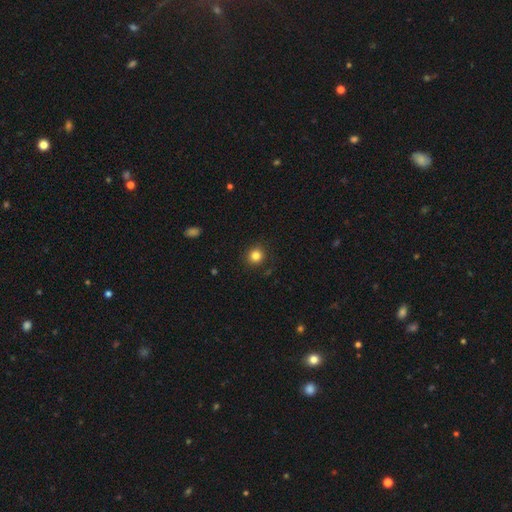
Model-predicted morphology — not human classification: The model was most divided on "smooth or featured": smooth: 83%, star or artifact: 12%, featured or disk: 5%. More confident: how rounded — round (90%); merging — none (90%).